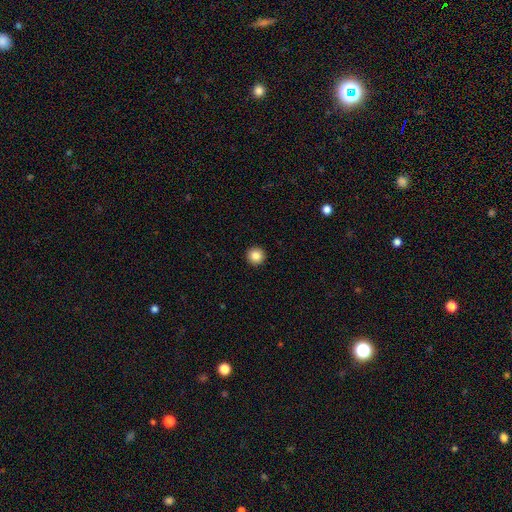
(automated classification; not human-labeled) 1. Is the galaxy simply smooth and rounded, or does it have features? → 86% smooth, 9% star or artifact, 5% featured or disk.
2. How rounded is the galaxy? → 96% round, 3% in between, 1% cigar-shaped.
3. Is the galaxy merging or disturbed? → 94% none, 4% minor disturbance, 1% major disturbance, 1% merger.